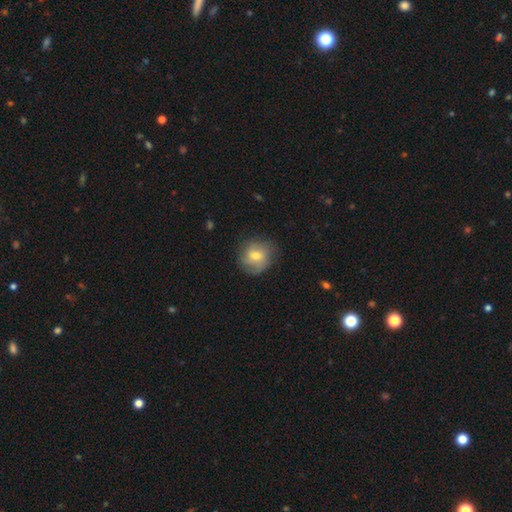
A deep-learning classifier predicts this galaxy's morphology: This is likely a smooth galaxy (61%). How rounded: clearly round (80%). Merging: likely none (72%).